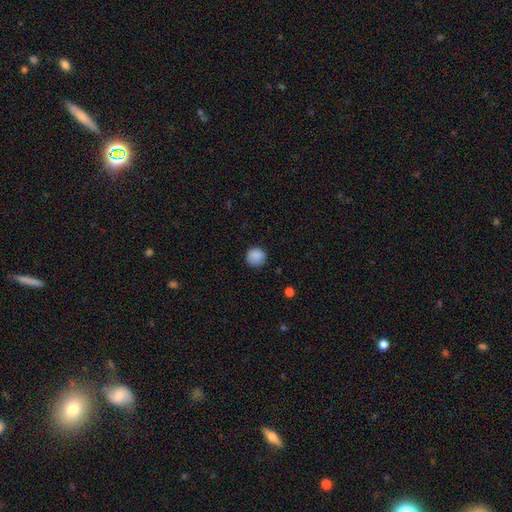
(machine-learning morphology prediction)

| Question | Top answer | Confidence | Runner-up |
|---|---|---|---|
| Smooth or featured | smooth | 88% | star or artifact (9%) |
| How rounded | round | 93% | in between (6%) |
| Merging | none | 86% | minor disturbance (10%) |